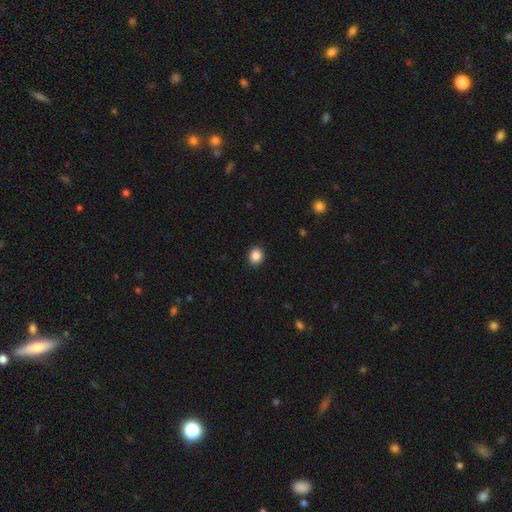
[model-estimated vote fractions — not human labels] The model was most divided on "how rounded": round: 68%, in between: 31%, cigar-shaped: 1%. More confident: merging — none (91%); smooth or featured — smooth (88%).